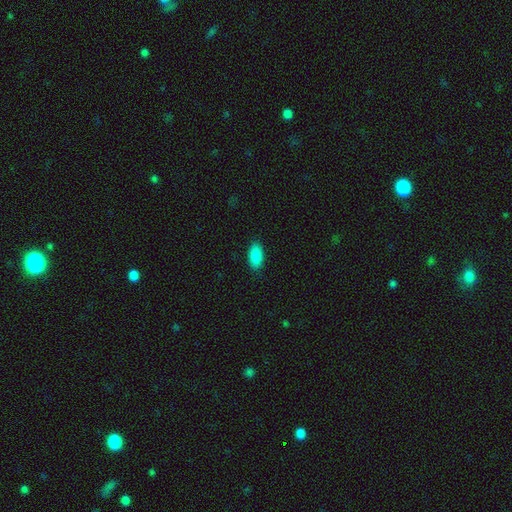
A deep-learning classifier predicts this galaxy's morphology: A smooth galaxy with no disk features (88%) that is in between round and cigar-shaped (92%).

Vote fractions:
- Smooth or featured? smooth: 88% / star or artifact: 7% / featured or disk: 5%
- How rounded? in between: 92% / cigar-shaped: 5% / round: 2%
- Merging? none: 88% / minor disturbance: 9% / major disturbance: 2% / merger: 1%